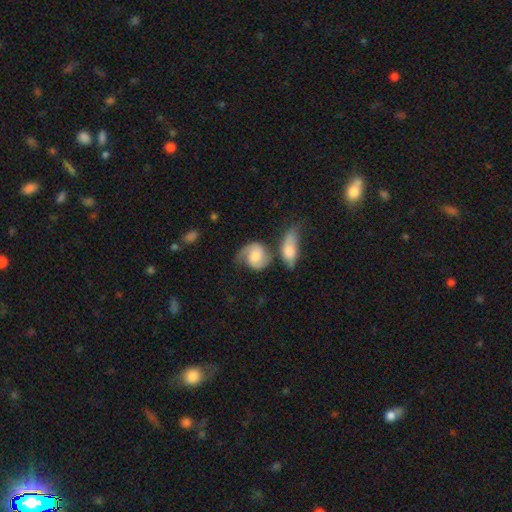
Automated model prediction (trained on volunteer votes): Smooth or featured: featured or disk — 67% (smooth — 27%)
Edge-on disk: no — 97% (yes — 3%)
Bar: no — 59% (weak — 35%)
Spiral arms: yes — 93% (no — 7%)
Spiral winding: medium — 47% (tight — 27%)
Spiral arm count: 2 — 78% (1 — 13%)
Bulge size: moderate — 42% (small — 23%)
Merging: none — 44% (merger — 23%)